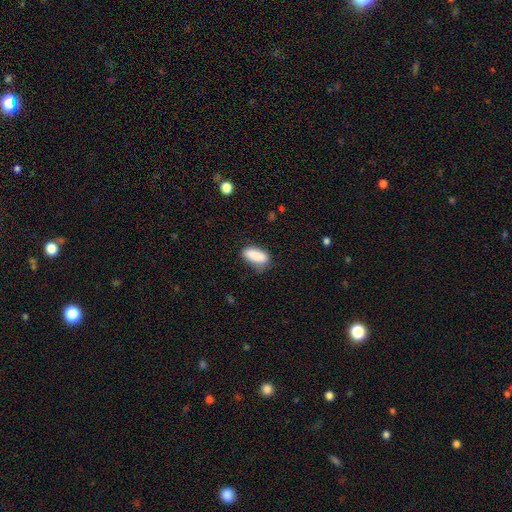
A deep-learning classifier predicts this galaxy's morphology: smooth_or_featured: smooth (p=0.87) [alt: star or artifact p=0.07]
how_rounded: in between (p=0.81) [alt: cigar-shaped p=0.17]
merging: none (p=0.68) [alt: minor disturbance p=0.23]